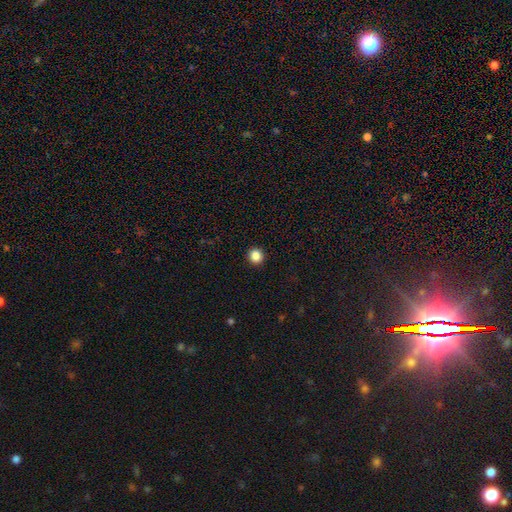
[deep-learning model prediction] The model was most divided on "smooth or featured": smooth: 86%, star or artifact: 11%, featured or disk: 3%. More confident: merging — none (93%); how rounded — round (91%).